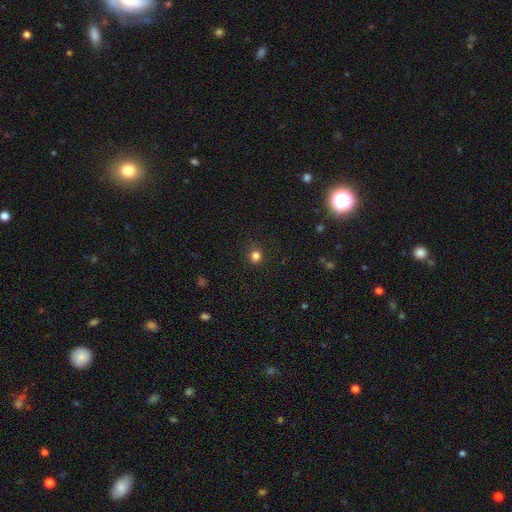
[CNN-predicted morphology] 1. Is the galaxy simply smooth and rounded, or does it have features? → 82% smooth, 14% star or artifact, 4% featured or disk.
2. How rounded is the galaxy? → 85% round, 14% in between, 1% cigar-shaped.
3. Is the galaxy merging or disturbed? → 87% none, 9% minor disturbance, 3% major disturbance, 1% merger.